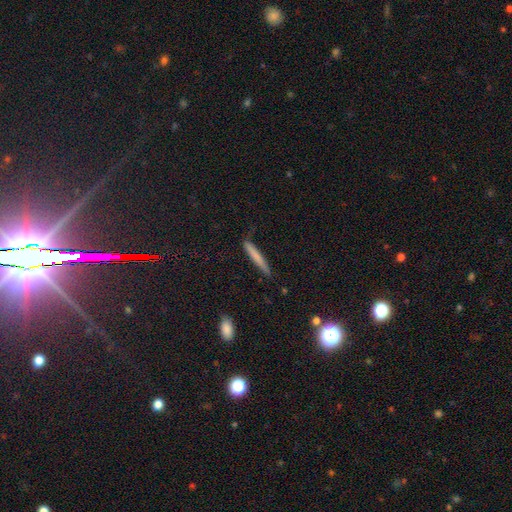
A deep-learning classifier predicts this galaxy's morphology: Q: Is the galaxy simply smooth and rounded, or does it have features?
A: smooth — 71%.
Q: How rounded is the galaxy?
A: cigar-shaped — 96%.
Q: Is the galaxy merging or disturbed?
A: none — 83%.